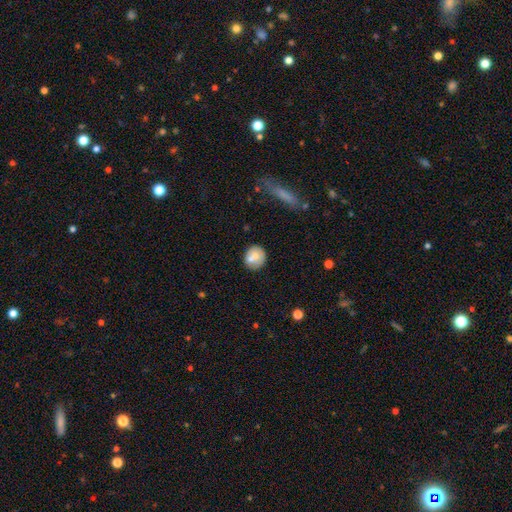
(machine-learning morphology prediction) Smooth or featured: smooth — 67% (featured or disk — 25%)
How rounded: round — 80% (in between — 19%)
Merging: none — 60% (merger — 21%)